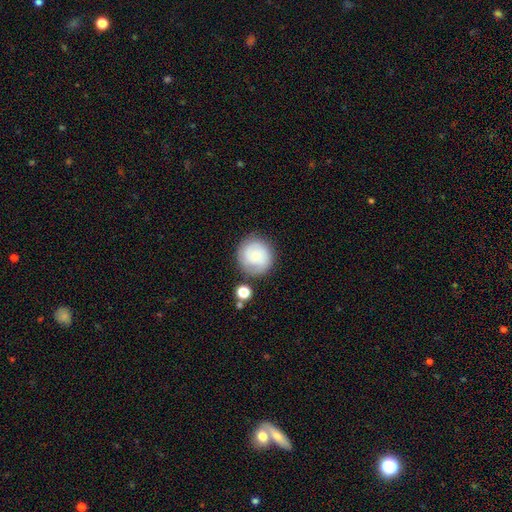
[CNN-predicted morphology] This appears to be a smooth galaxy with no disk features (63%) that is round (93%). Merging: none (75%).